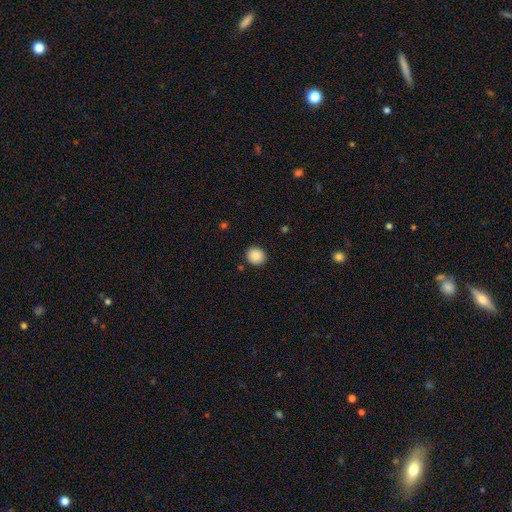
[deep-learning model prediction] The model was most divided on "how rounded": round: 83%, in between: 16%, cigar-shaped: 1%. More confident: merging — none (89%); smooth or featured — smooth (88%).